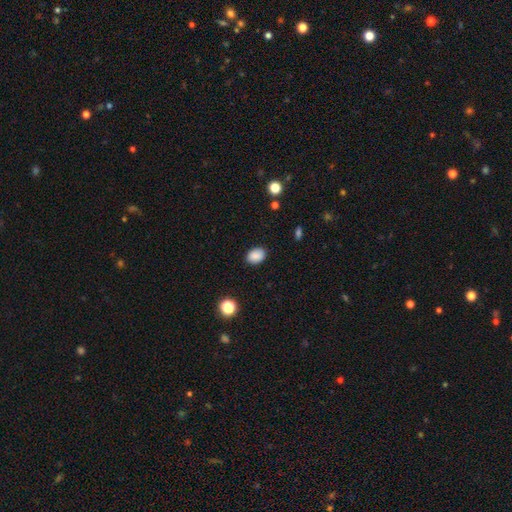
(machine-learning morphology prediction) Overall: smooth (88%). How rounded: in between (73%). Merging: none (88%).